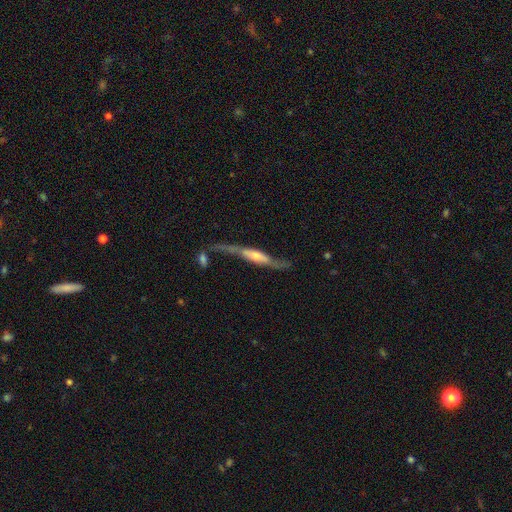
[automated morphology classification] smooth-or-featured: featured or disk: 79% | smooth: 15% | star or artifact: 6%
  disk-edge-on: yes: 63% | no: 37%
  merging: none: 48% | minor disturbance: 22% | major disturbance: 18% | merger: 12%